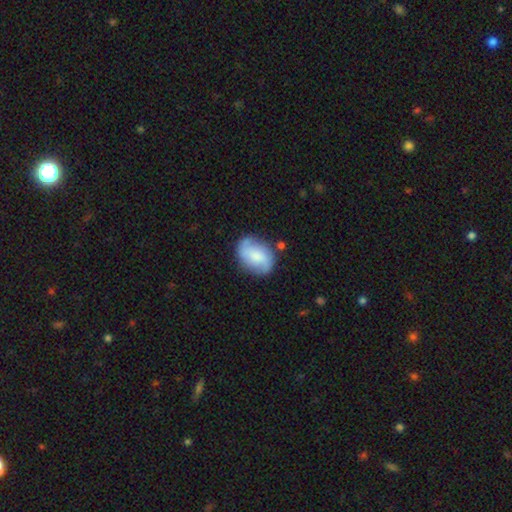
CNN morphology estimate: Q: Smooth or featured?
A: smooth (51%); runner-up: featured or disk (42%)
Q: How rounded?
A: in between (71%); runner-up: round (27%)
Q: Merging?
A: none (71%); runner-up: minor disturbance (20%)